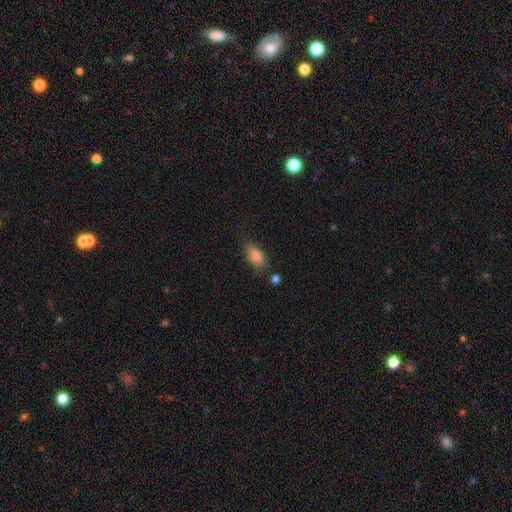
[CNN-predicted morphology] Smooth or featured: smooth — 82% (featured or disk — 9%)
How rounded: in between — 88% (cigar-shaped — 8%)
Merging: none — 76% (minor disturbance — 16%)